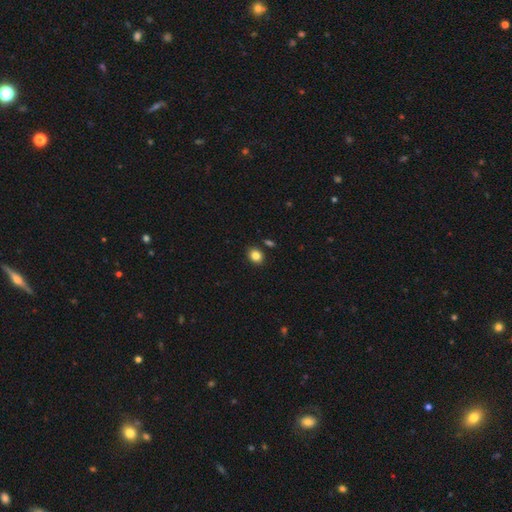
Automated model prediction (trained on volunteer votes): smooth 84%, star or artifact 10%, featured or disk 5%. Down the decision tree: how rounded — round (55%); merging — none (86%).